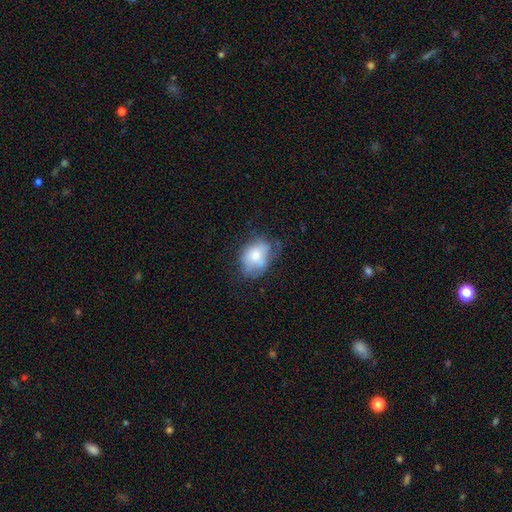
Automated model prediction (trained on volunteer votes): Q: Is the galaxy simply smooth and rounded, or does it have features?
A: smooth — 66%.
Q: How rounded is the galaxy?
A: in between — 72%.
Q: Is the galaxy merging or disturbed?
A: none — 42%.